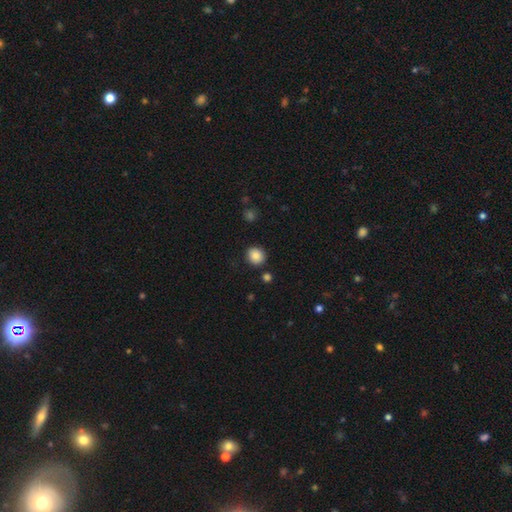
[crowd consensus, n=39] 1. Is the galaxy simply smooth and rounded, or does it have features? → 92% smooth, 5% star or artifact, 3% featured or disk.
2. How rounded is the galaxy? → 94% round, 6% in between, 0% cigar-shaped.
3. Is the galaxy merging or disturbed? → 89% none, 11% minor disturbance, 0% major disturbance, 0% merger.